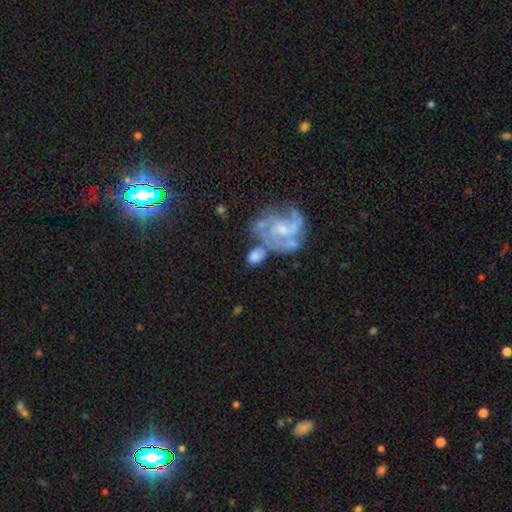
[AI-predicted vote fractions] This appears to be a smooth galaxy with no disk features (56%) that is in between round and cigar-shaped (55%). Merging: none (46%).